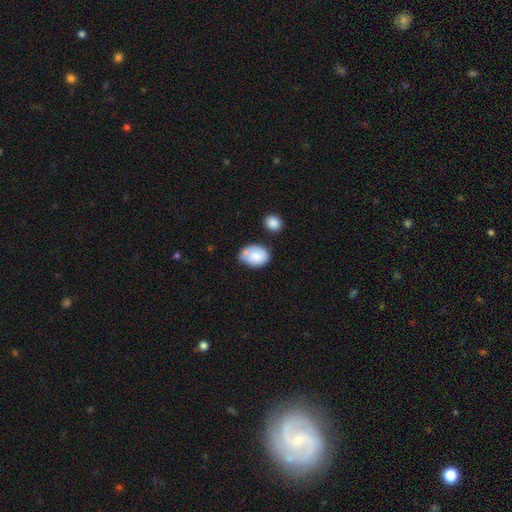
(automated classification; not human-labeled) Smooth or featured? smooth (80%)
How rounded? in between (76%)
Merging? none (49%)